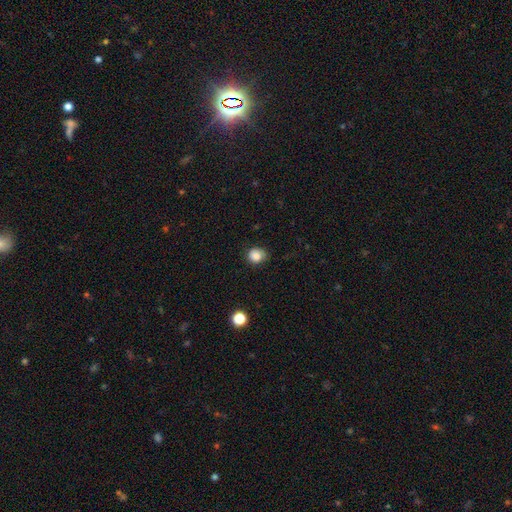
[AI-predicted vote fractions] Smooth or featured? Predicted: smooth (p=0.84). How rounded? Predicted: round (p=0.78). Merging? Predicted: none (p=0.76).